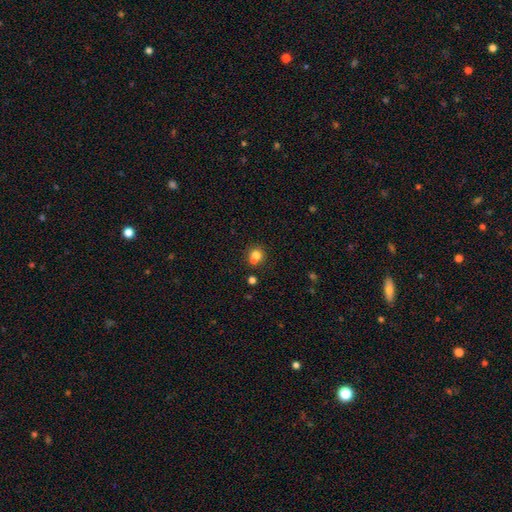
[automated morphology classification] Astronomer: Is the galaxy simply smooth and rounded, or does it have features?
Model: smooth — 76%.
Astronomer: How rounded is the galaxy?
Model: round — 82%.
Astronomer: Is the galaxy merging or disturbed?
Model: none — 48% (runner-up: merger, 38%).